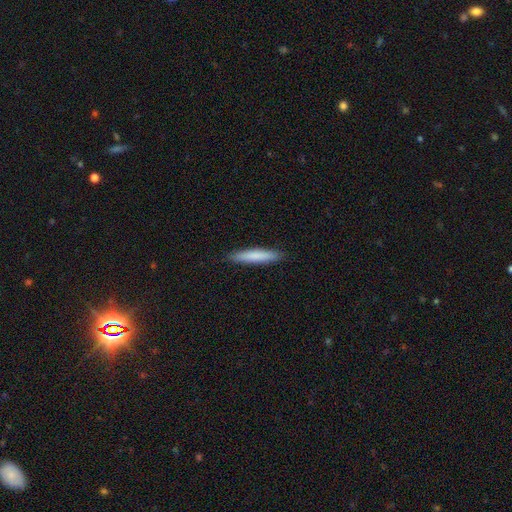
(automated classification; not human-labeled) A smooth galaxy with no disk features (80%) that is cigar-shaped (91%). Merging: none (91%).